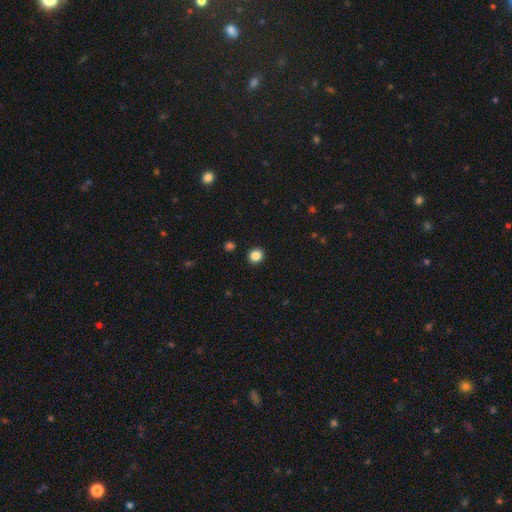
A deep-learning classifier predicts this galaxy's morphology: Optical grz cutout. It shows a smooth galaxy with no disk features (86%) that is round (89%). Merging: none (92%).